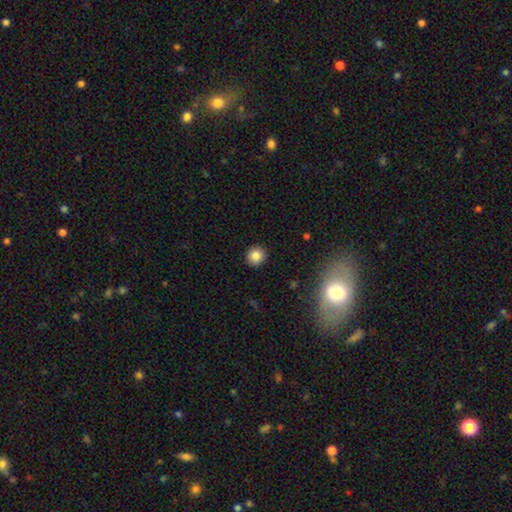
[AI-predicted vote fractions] Smooth or featured: smooth — 85% (star or artifact — 11%)
How rounded: round — 91% (in between — 8%)
Merging: none — 91% (minor disturbance — 6%)